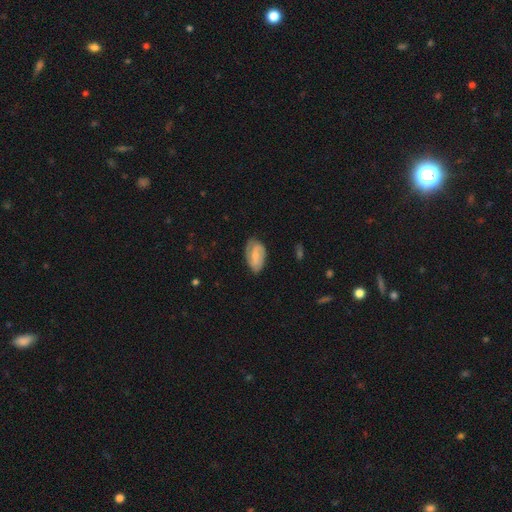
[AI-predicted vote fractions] smooth-or-featured: featured or disk: 65% | smooth: 29% | star or artifact: 6%
  disk-edge-on: no: 96% | yes: 4%
    bar: weak: 49% | no: 29% | strong: 22%
    has-spiral-arms: yes: 88% | no: 12%
      spiral-winding: medium: 43% | tight: 37% | loose: 20%
      spiral-arm-count: 2: 76% | can't tell: 13% | 1: 7% | 3: 2% | 4: 1% | more than 4: 1%
    bulge-size: small: 54% | moderate: 36% | none: 8% | large: 2% | dominant: 1%
  merging: none: 70% | minor disturbance: 23% | major disturbance: 6% | merger: 1%